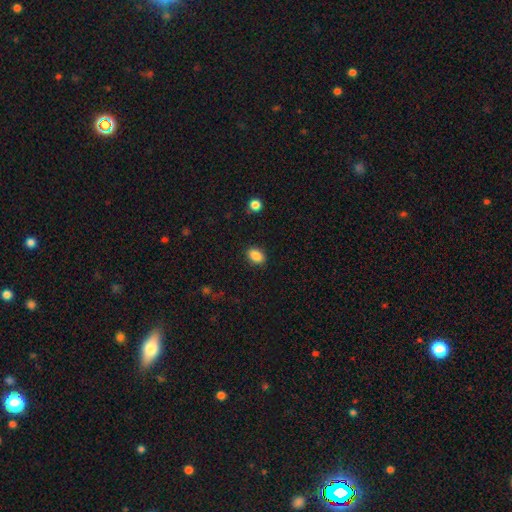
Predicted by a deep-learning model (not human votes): smooth 87%, star or artifact 9%, featured or disk 4%. Down the decision tree: how rounded — in between (80%); merging — none (87%).